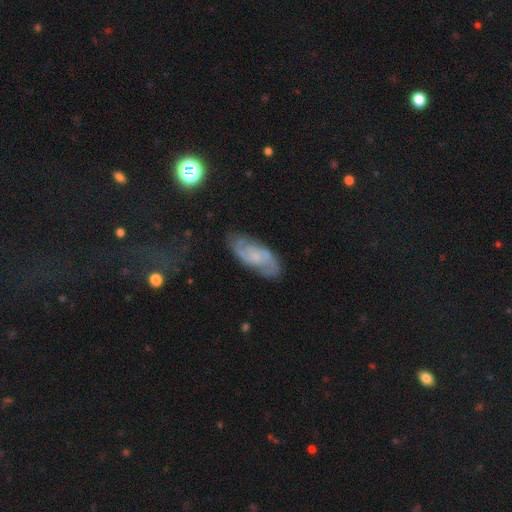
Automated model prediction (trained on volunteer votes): smooth-or-featured: featured or disk: 72% | smooth: 21% | star or artifact: 7%
  disk-edge-on: no: 93% | yes: 7%
    bar: no: 58% | weak: 37% | strong: 6%
    has-spiral-arms: yes: 92% | no: 8%
      spiral-winding: medium: 47% | tight: 32% | loose: 21%
      spiral-arm-count: 2: 73% | can't tell: 17% | 3: 5% | 1: 2% | 4: 2% | more than 4: 2%
    bulge-size: small: 49% | none: 27% | moderate: 20% | large: 2% | dominant: 1%
  merging: none: 75% | minor disturbance: 18% | major disturbance: 6% | merger: 2%